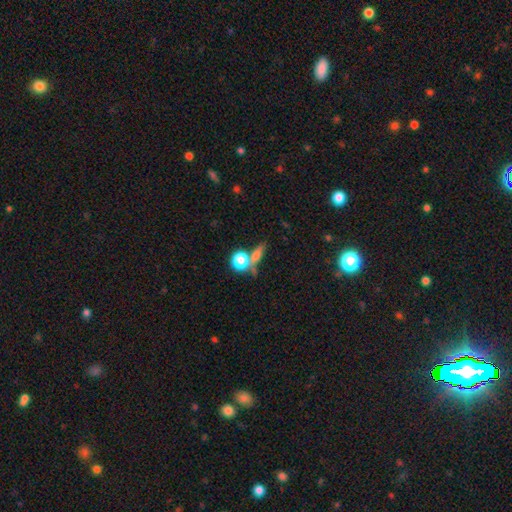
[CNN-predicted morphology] Smooth or featured? smooth (63%)
How rounded? round (37%)
Merging? none (53%)